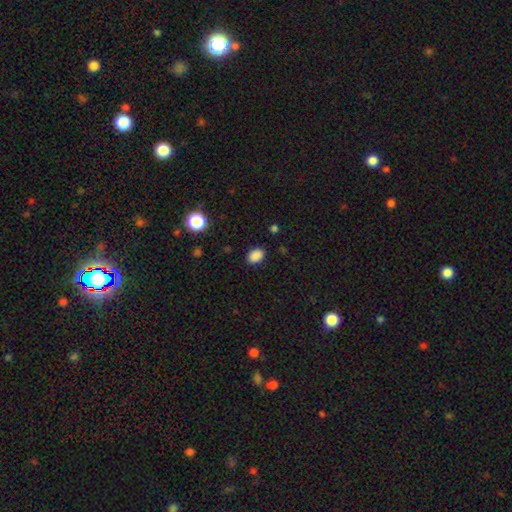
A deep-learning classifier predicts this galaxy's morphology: smooth-or-featured: smooth: 87% | star or artifact: 10% | featured or disk: 3%
  how-rounded: in between: 76% | round: 23% | cigar-shaped: 1%
  merging: none: 86% | minor disturbance: 10% | major disturbance: 3% | merger: 1%